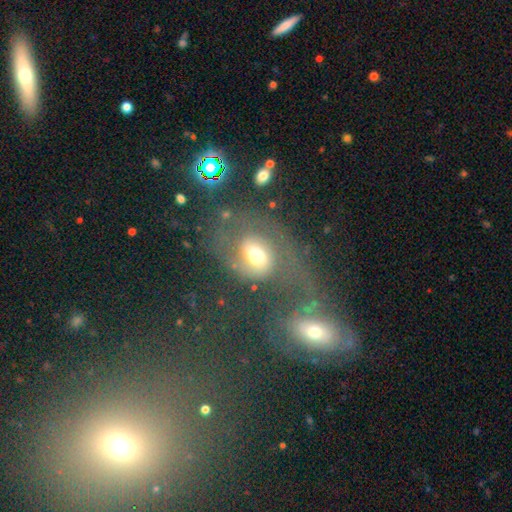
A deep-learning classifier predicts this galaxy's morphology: The model was most divided on "merging": none: 34%, major disturbance: 31%, merger: 18%, minor disturbance: 17%. More confident: edge-on disk — no (95%); smooth or featured — featured or disk (52%).